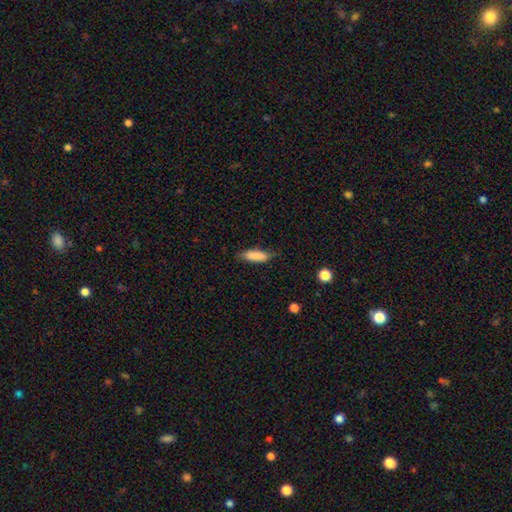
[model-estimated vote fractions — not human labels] smooth_or_featured: smooth (p=0.85) [alt: featured or disk p=0.08]
how_rounded: in between (p=0.51) [alt: cigar-shaped p=0.47]
merging: none (p=0.72) [alt: minor disturbance p=0.23]